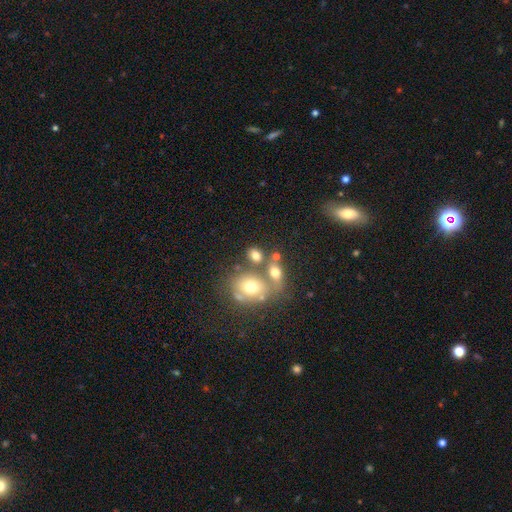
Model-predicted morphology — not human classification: smooth 71%, featured or disk 15%, star or artifact 14%. Down the decision tree: how rounded — in between (58%); merging — none (50%).